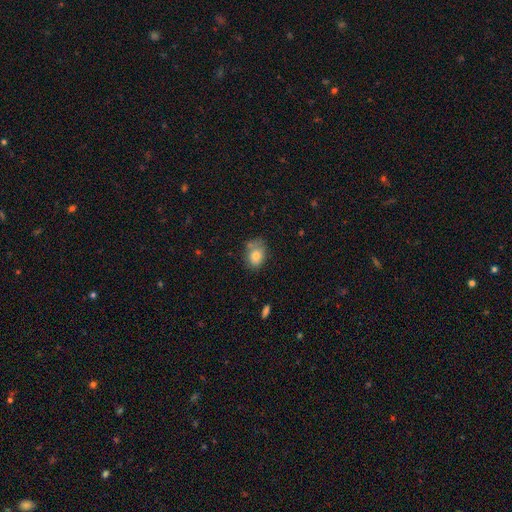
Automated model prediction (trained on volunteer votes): smooth-or-featured: smooth: 79% | featured or disk: 12% | star or artifact: 9%
  how-rounded: in between: 72% | round: 27% | cigar-shaped: 1%
  merging: none: 55% | minor disturbance: 26% | merger: 11% | major disturbance: 8%